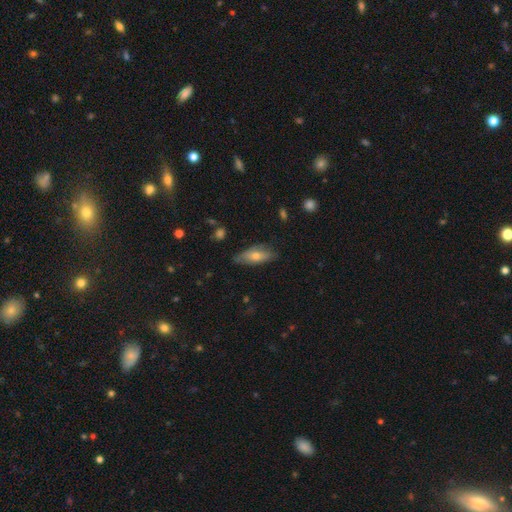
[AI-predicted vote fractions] Smooth or featured? smooth (57%)
How rounded? in between (70%)
Merging? none (72%)